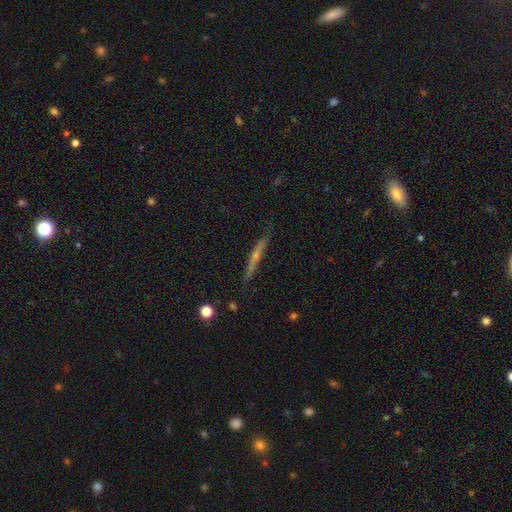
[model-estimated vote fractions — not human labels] smooth-or-featured: featured or disk: 67% | smooth: 25% | star or artifact: 8%
  disk-edge-on: yes: 96% | no: 4%
    edge-on-bulge: rounded: 71% | none: 25% | boxy: 4%
  merging: none: 84% | minor disturbance: 12% | major disturbance: 2% | merger: 1%